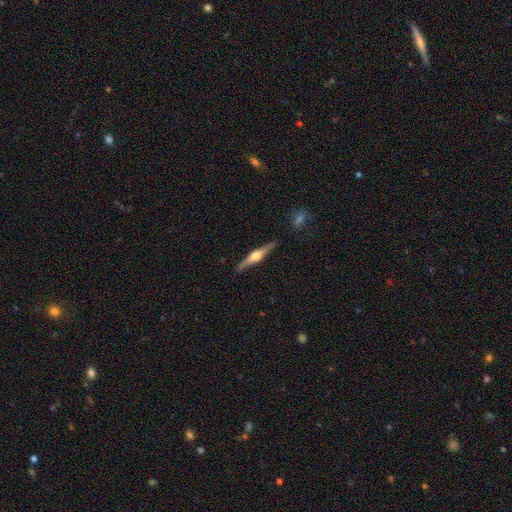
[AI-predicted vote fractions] This appears to be a featured or disk galaxy (75%) viewed edge-on (98%) with a rounded central bulge (93%). Merging: none (89%).